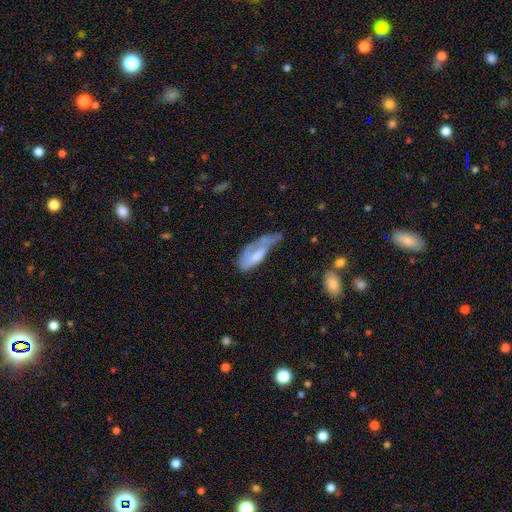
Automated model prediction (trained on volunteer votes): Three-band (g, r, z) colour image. It shows a smooth galaxy with no disk features (51%) that is in between round and cigar-shaped (68%). Merging: major disturbance (44%).